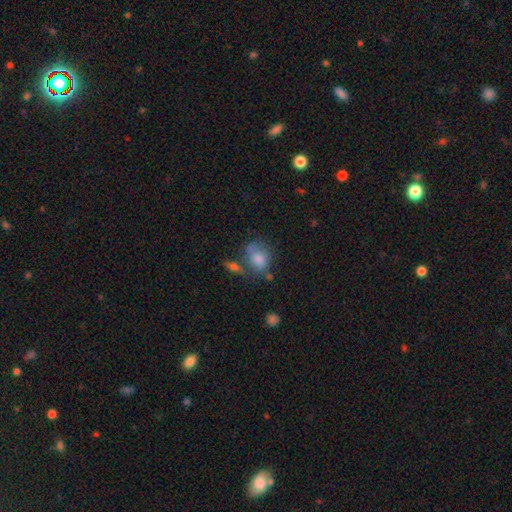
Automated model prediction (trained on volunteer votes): A smooth galaxy with no disk features (72%) that is in between round and cigar-shaped (51%). Merging: none (45%).